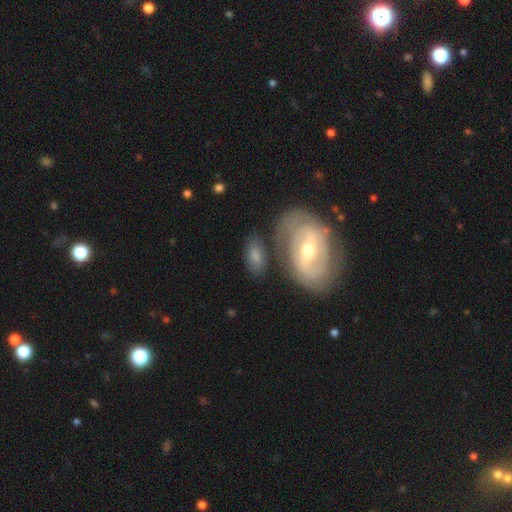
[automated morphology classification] Smooth or featured?
  - smooth: 58% *
  - featured or disk: 35%
  - star or artifact: 7%
How rounded?
  - in between: 87% *
  - round: 8%
  - cigar-shaped: 5%
Merging?
  - none: 65% *
  - minor disturbance: 17%
  - merger: 11%
  - major disturbance: 6%